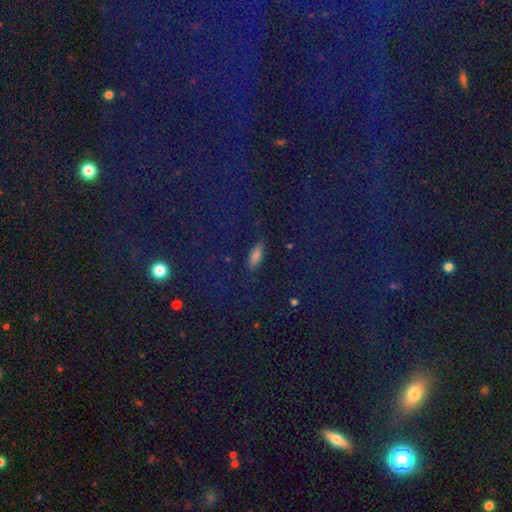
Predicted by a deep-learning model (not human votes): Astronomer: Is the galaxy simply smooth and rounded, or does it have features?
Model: star or artifact — 49% (runner-up: smooth, 37%).